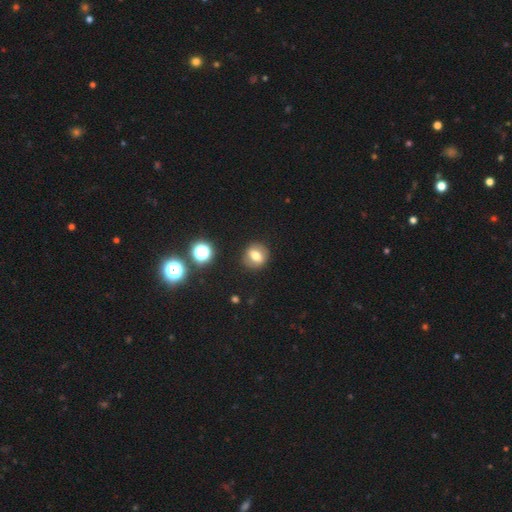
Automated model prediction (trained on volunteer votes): Q: Smooth or featured?
A: smooth (64%); runner-up: featured or disk (23%)
Q: How rounded?
A: round (69%); runner-up: in between (30%)
Q: Merging?
A: none (87%); runner-up: minor disturbance (8%)